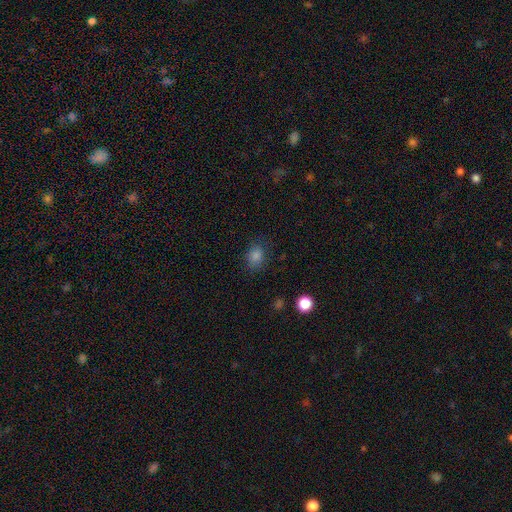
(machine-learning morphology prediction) type=smooth (80%); roundness=in between (59%); merging=none (80%).